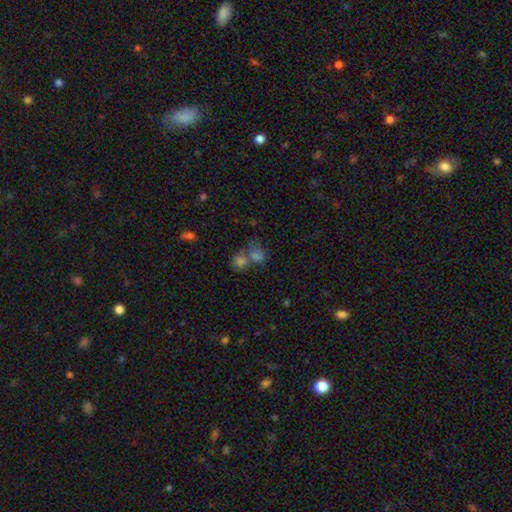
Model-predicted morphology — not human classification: This appears to be a smooth galaxy with no disk features (63%) that is round (70%). Merging: merger (44%).